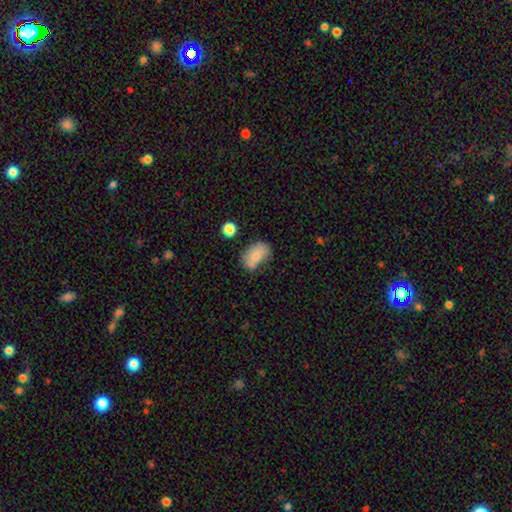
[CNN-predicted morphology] The model was most divided on "merging": none: 55%, minor disturbance: 26%, merger: 12%, major disturbance: 8%. More confident: how rounded — in between (88%); smooth or featured — smooth (78%).